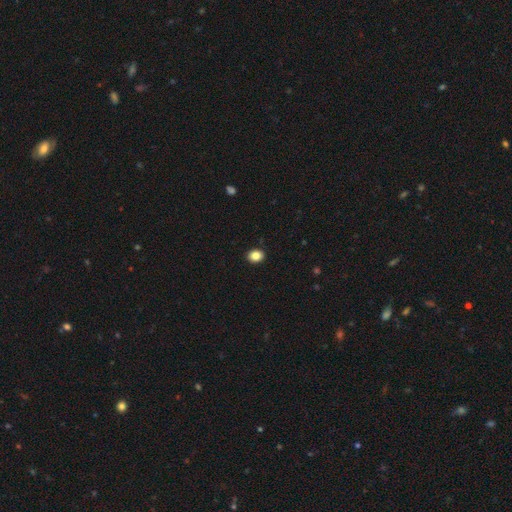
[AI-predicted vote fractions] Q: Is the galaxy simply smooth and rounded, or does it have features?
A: smooth — 86%.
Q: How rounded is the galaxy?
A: round — 50%.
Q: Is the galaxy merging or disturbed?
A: none — 92%.